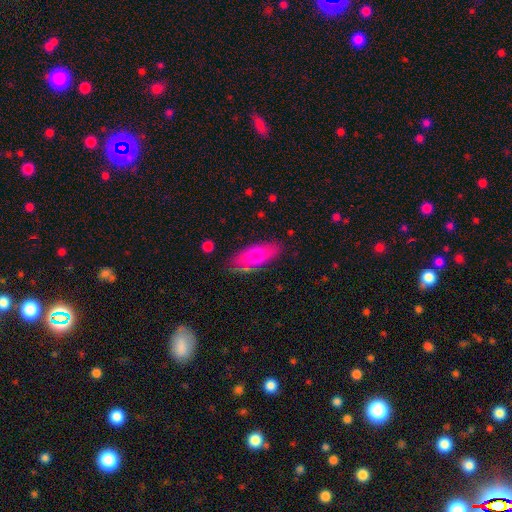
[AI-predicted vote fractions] The model was most divided on "smooth or featured": smooth: 67%, featured or disk: 27%, star or artifact: 6%. More confident: how rounded — in between (83%); merging — none (76%).